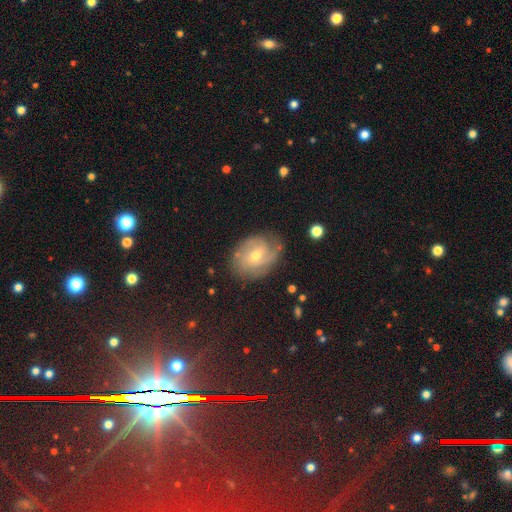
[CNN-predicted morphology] This appears to be a featured or disk galaxy (70%) with no bar (47%), 2 (45%) tight (49%) spiral arms (86%) and a moderate central bulge (53%). Merging: none (69%).